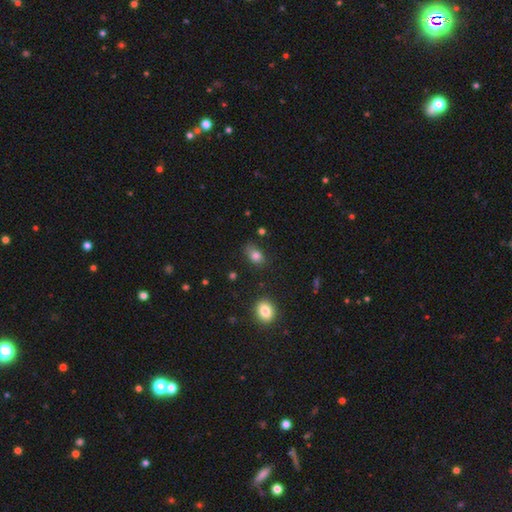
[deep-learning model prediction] smooth-or-featured: smooth: 80% | star or artifact: 11% | featured or disk: 8%
  how-rounded: in between: 80% | round: 18% | cigar-shaped: 2%
  merging: none: 65% | minor disturbance: 25% | major disturbance: 7% | merger: 3%